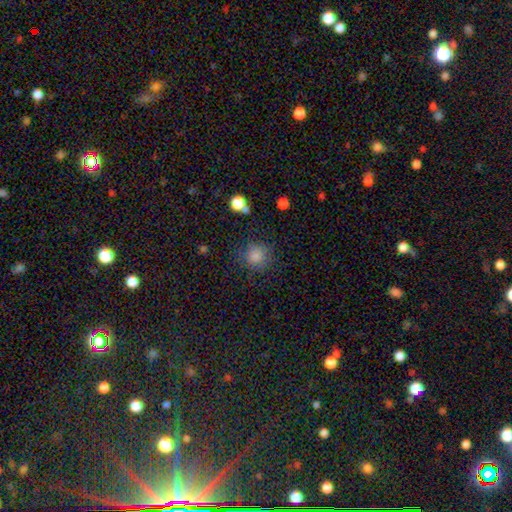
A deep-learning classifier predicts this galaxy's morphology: smooth-or-featured: smooth: 81% | star or artifact: 14% | featured or disk: 5%
  how-rounded: round: 91% | in between: 8% | cigar-shaped: 1%
  merging: none: 82% | minor disturbance: 12% | major disturbance: 4% | merger: 2%